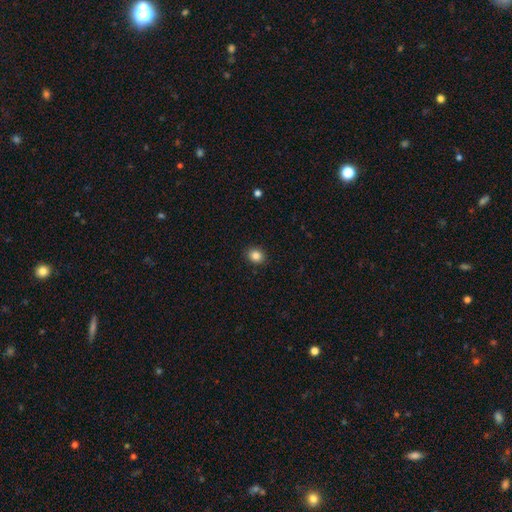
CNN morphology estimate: Smooth or featured? smooth (85%)
How rounded? round (69%)
Merging? none (91%)